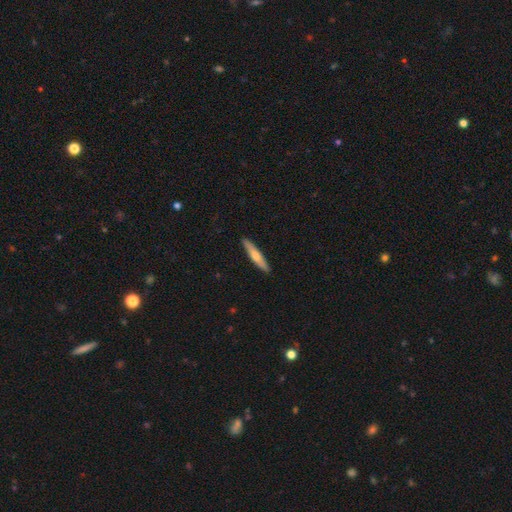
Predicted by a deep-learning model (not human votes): Morphology: type=smooth (54%); roundness=cigar-shaped (90%); merging=none (90%).